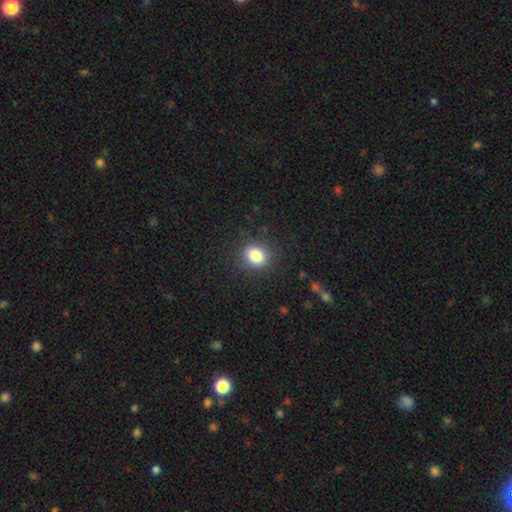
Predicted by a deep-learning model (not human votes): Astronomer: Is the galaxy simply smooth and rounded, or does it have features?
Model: smooth — 83%.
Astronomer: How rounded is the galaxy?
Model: round — 69%.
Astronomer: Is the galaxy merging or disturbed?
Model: none — 87%.